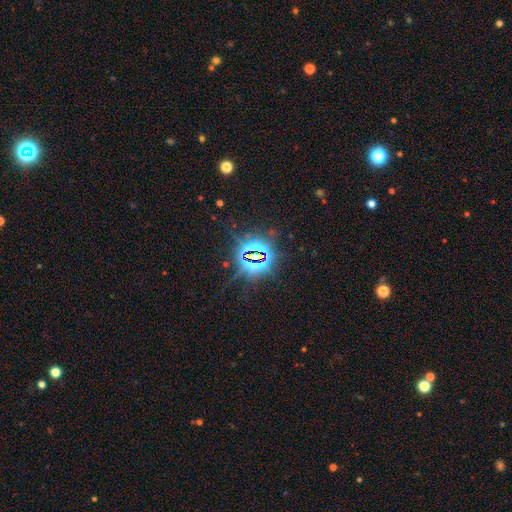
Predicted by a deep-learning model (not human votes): Smooth or featured? star or artifact (85%)